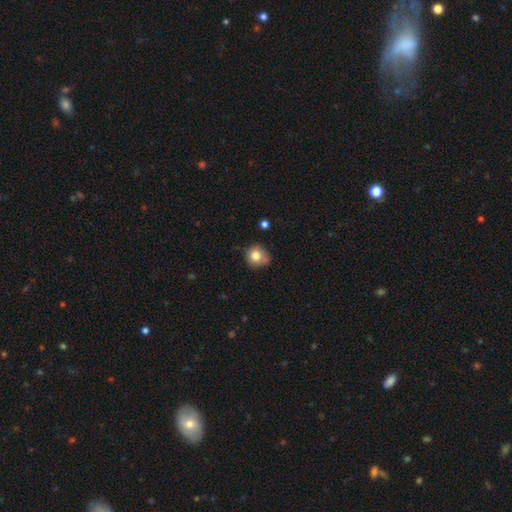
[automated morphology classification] The model was most divided on "merging": none: 62%, minor disturbance: 28%, major disturbance: 6%, merger: 3%. More confident: how rounded — round (81%); smooth or featured — smooth (79%).